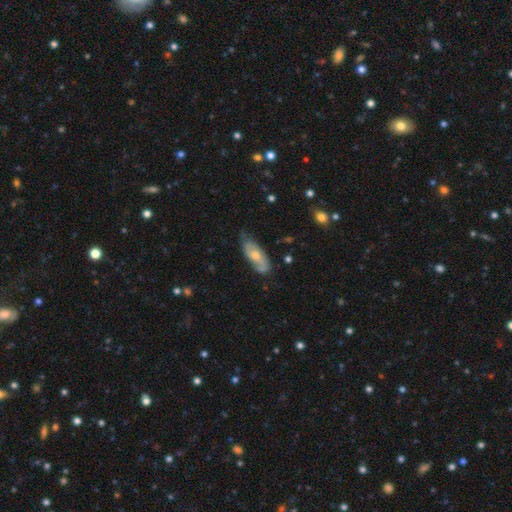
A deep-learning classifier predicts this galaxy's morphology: smooth 49%, featured or disk 45%, star or artifact 6%. Down the decision tree: merging — none (59%).